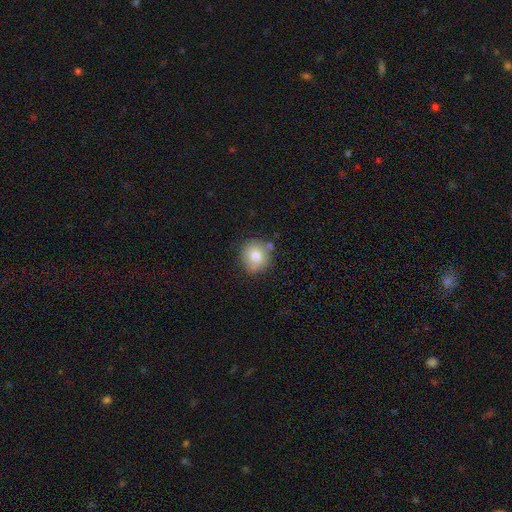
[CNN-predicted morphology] This is likely a smooth galaxy (80%). How rounded: clearly round (87%). Merging: likely none (78%).